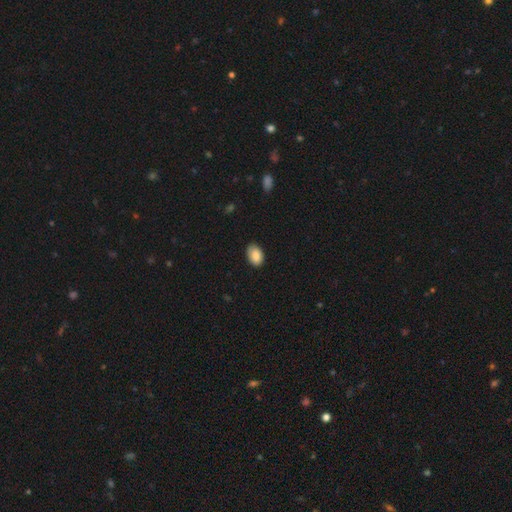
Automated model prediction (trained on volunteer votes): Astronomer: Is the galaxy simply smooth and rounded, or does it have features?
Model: smooth — 85%.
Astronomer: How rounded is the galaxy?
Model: in between — 89%.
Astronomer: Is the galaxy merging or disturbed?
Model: none — 82%.